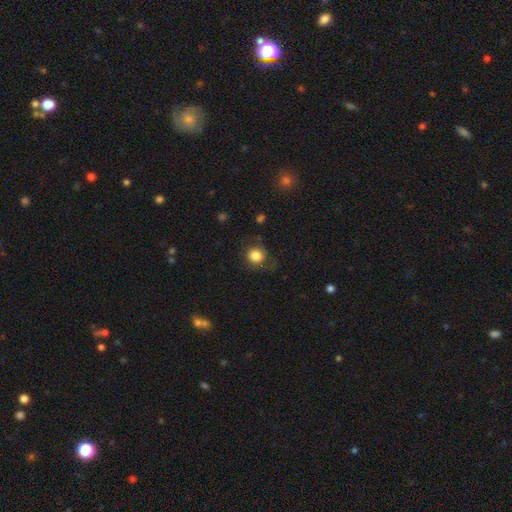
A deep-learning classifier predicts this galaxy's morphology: A smooth galaxy with no disk features (84%) that is round (88%).

Vote fractions:
- Smooth or featured? smooth: 84% / star or artifact: 10% / featured or disk: 6%
- How rounded? round: 88% / in between: 11% / cigar-shaped: 1%
- Merging? none: 76% / minor disturbance: 16% / major disturbance: 7% / merger: 2%